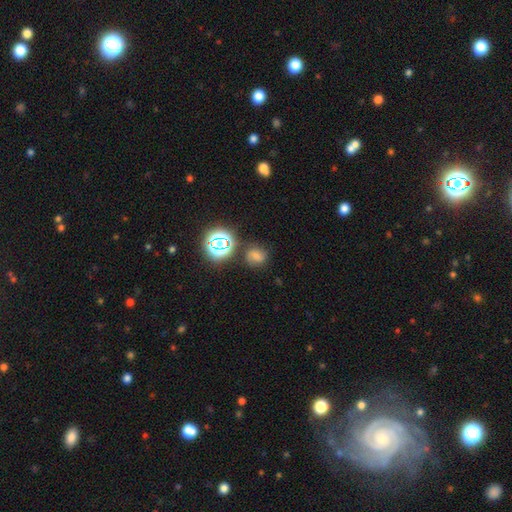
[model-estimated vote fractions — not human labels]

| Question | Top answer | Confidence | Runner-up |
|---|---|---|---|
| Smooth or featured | smooth | 57% | star or artifact (27%) |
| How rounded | round | 67% | in between (32%) |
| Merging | none | 67% | minor disturbance (19%) |